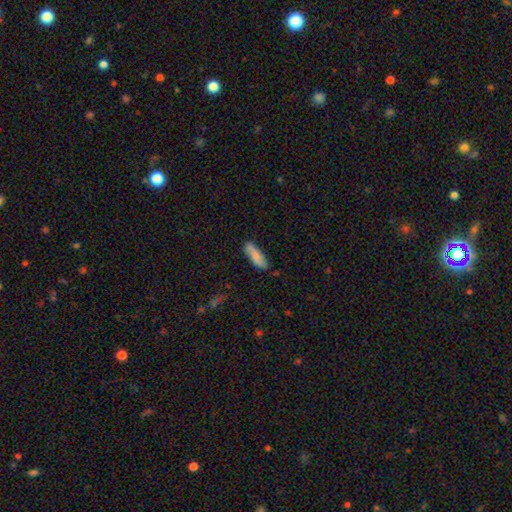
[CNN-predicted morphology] Smooth or featured: smooth — 78% (featured or disk — 16%)
How rounded: in between — 49% (tied with cigar-shaped — 49%)
Merging: none — 75% (minor disturbance — 19%)